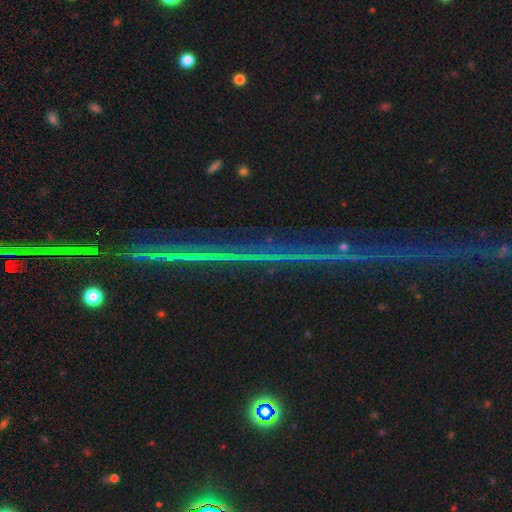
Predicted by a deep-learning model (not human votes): Smooth or featured? Predicted: star or artifact (p=0.80).